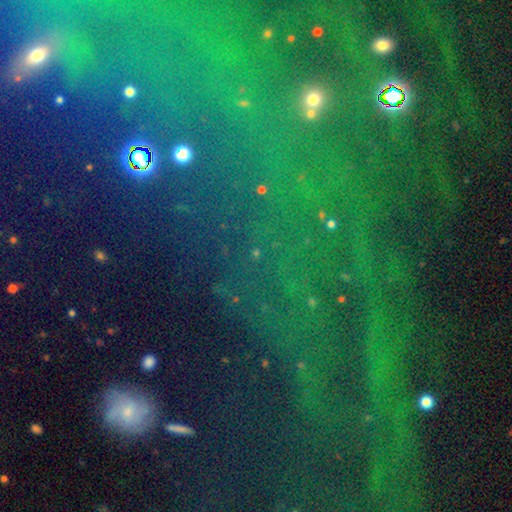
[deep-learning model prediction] Smooth or featured? star or artifact (76%)